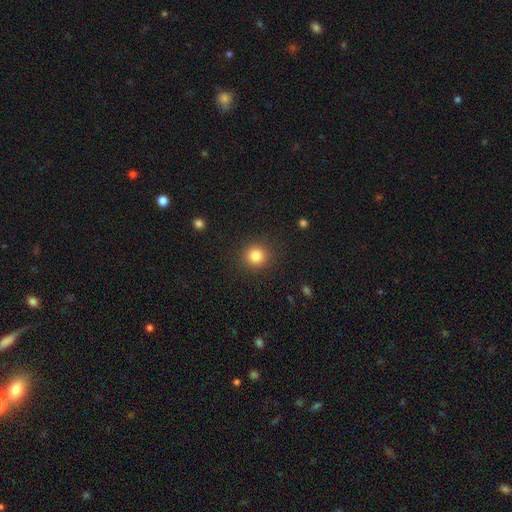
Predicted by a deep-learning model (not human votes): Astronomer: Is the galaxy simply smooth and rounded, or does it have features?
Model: smooth — 84%.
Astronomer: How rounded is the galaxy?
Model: round — 92%.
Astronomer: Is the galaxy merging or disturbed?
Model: none — 89%.